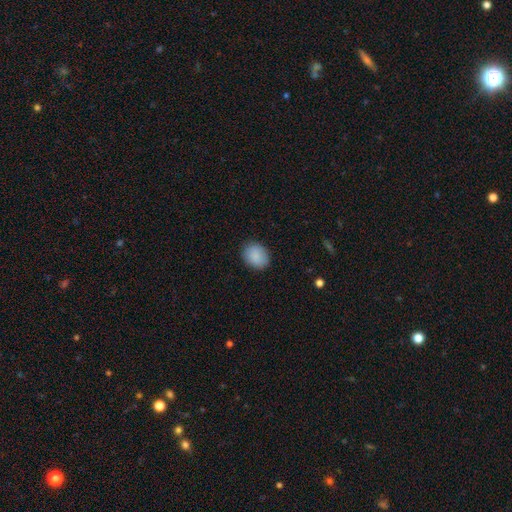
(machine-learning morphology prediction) This is clearly a smooth galaxy (89%). How rounded: possibly in between (54%). Merging: clearly none (87%).